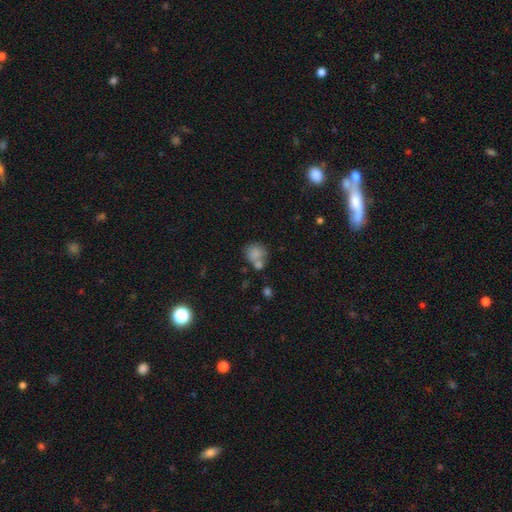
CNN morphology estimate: Overall: smooth (77%). How rounded: round (69%; in between 30%). Merging: none (40%; merger 38%).